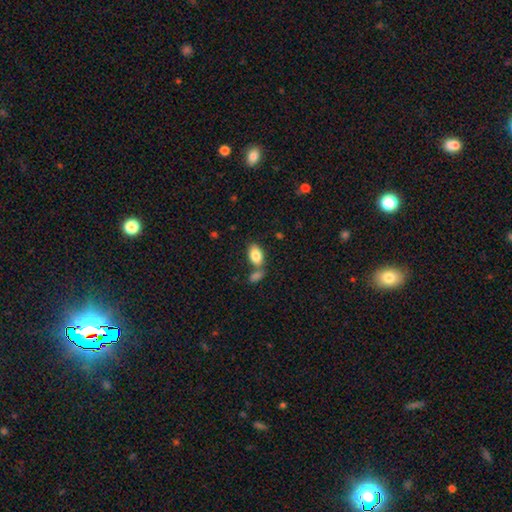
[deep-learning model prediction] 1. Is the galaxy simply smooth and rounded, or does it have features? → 85% smooth, 8% featured or disk, 7% star or artifact.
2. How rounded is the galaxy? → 91% in between, 7% round, 2% cigar-shaped.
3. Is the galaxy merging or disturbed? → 52% none, 33% merger, 12% minor disturbance, 4% major disturbance.